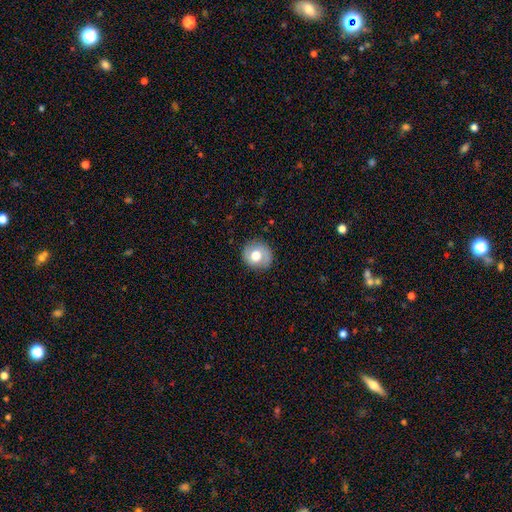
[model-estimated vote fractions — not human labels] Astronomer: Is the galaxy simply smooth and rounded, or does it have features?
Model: smooth — 64%.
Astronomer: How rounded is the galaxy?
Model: round — 83%.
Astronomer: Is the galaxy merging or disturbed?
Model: none — 82%.